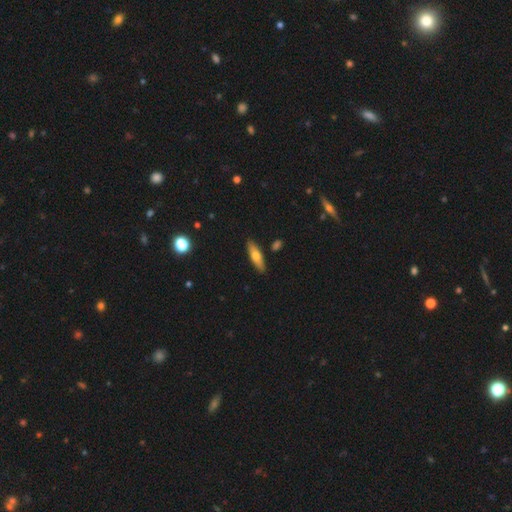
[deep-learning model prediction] smooth_or_featured: smooth (p=0.63) [alt: featured or disk p=0.31]
how_rounded: cigar-shaped (p=0.57) [alt: in between p=0.41]
merging: none (p=0.87) [alt: minor disturbance p=0.09]